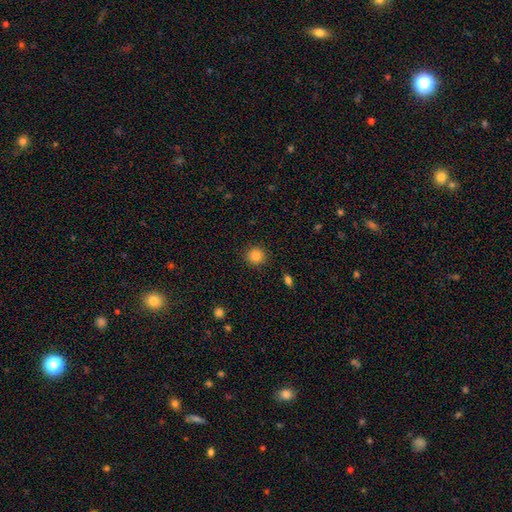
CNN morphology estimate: This appears to be a smooth galaxy with no disk features (85%) that is round (93%). Merging: none (91%).